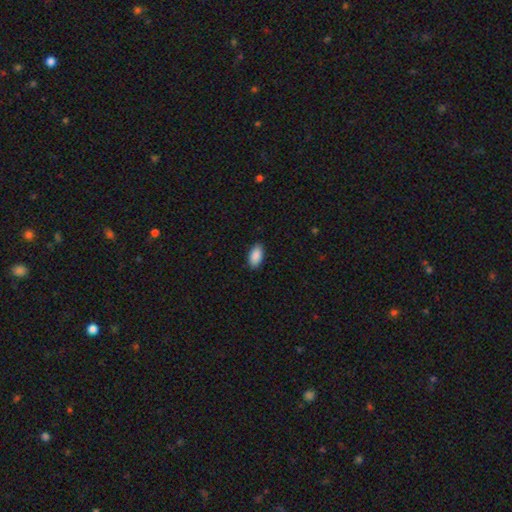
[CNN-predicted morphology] smooth_or_featured: smooth (p=0.89) [alt: star or artifact p=0.07]
how_rounded: in between (p=0.94) [alt: cigar-shaped p=0.03]
merging: none (p=0.88) [alt: minor disturbance p=0.10]